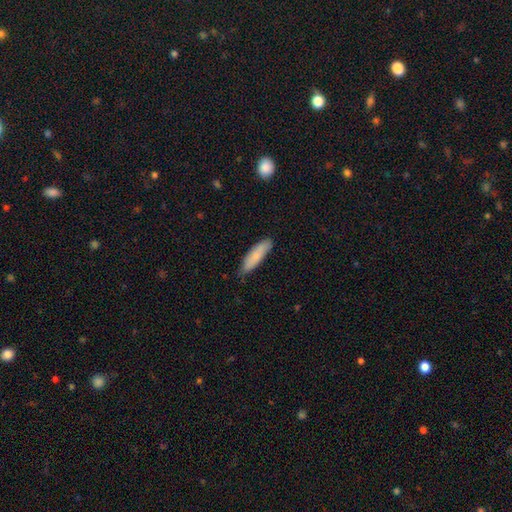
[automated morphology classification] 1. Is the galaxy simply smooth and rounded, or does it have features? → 79% smooth, 15% featured or disk, 6% star or artifact.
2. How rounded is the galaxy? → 65% cigar-shaped, 34% in between, 2% round.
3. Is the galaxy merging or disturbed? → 76% none, 20% minor disturbance, 2% major disturbance, 1% merger.